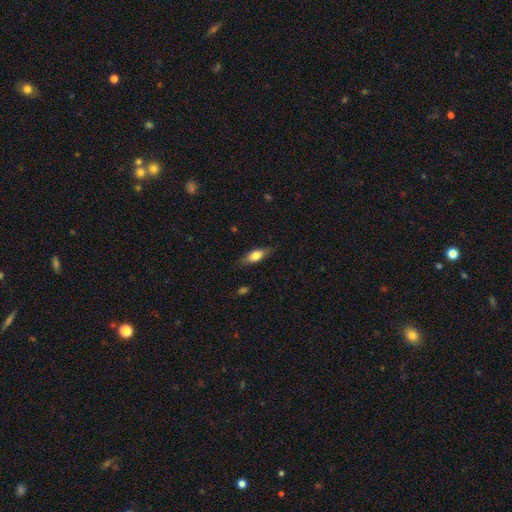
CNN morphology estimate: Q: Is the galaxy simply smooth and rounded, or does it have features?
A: smooth — 71%.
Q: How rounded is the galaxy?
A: in between — 73%.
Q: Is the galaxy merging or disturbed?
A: none — 77%.